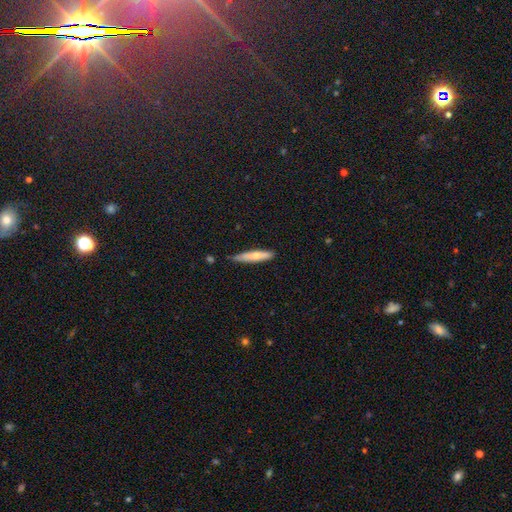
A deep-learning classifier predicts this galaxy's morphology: smooth 65%, featured or disk 29%, star or artifact 6%. Down the decision tree: how rounded — cigar-shaped (88%); merging — none (78%).